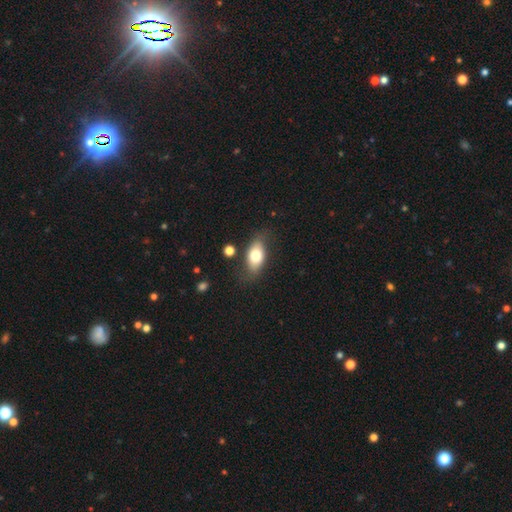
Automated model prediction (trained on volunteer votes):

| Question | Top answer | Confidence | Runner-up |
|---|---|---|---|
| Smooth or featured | smooth | 73% | featured or disk (20%) |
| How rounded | in between | 87% | round (7%) |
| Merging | none | 72% | minor disturbance (19%) |